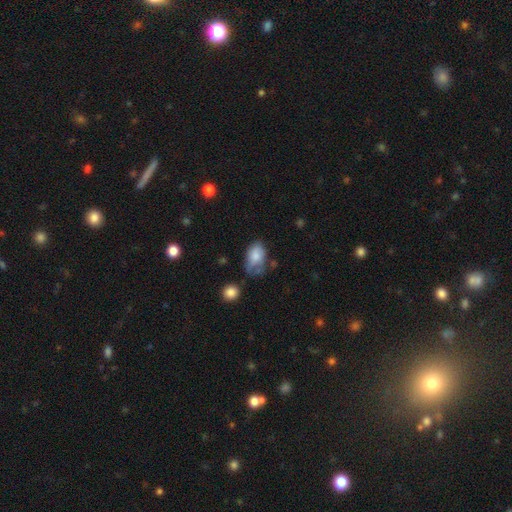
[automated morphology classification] A smooth galaxy with no disk features (73%) that is in between round and cigar-shaped (88%).

Vote fractions:
- Smooth or featured? smooth: 73% / featured or disk: 18% / star or artifact: 8%
- How rounded? in between: 88% / round: 10% / cigar-shaped: 2%
- Merging? minor disturbance: 37% / none: 36% / major disturbance: 19% / merger: 7%